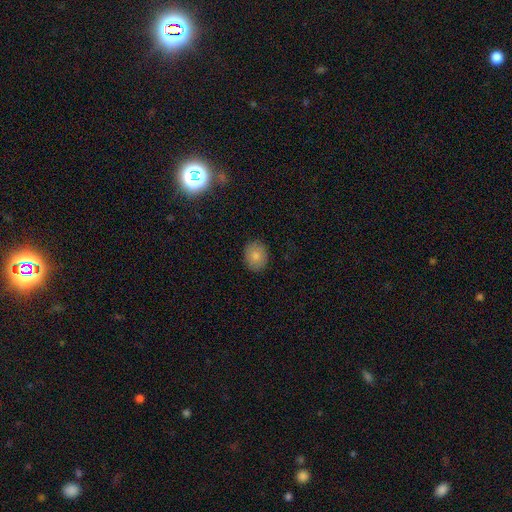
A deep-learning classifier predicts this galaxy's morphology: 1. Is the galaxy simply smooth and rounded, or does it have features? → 81% smooth, 10% featured or disk, 9% star or artifact.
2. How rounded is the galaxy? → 55% round, 45% in between, 1% cigar-shaped.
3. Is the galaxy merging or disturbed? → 88% none, 9% minor disturbance, 2% major disturbance, 1% merger.